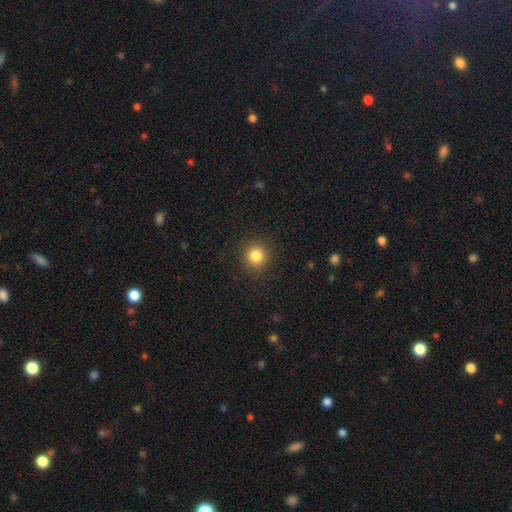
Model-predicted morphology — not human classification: Overall: smooth (83%). How rounded: round (92%). Merging: none (90%).